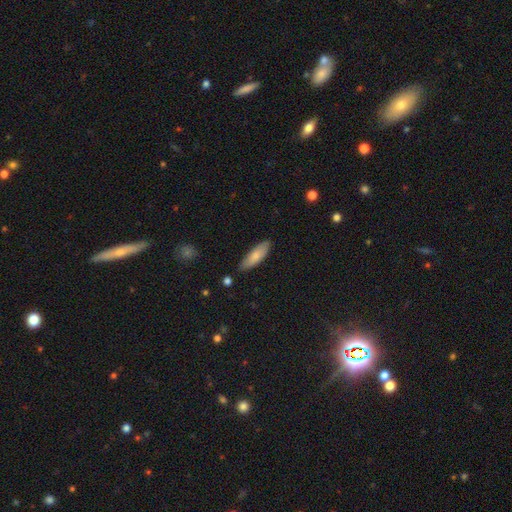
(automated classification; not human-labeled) A smooth galaxy with no disk features (79%) that is in between round and cigar-shaped (54%).

Vote fractions:
- Smooth or featured? smooth: 79% / featured or disk: 16% / star or artifact: 6%
- How rounded? in between: 54% / cigar-shaped: 44% / round: 2%
- Merging? none: 80% / minor disturbance: 15% / major disturbance: 2% / merger: 2%